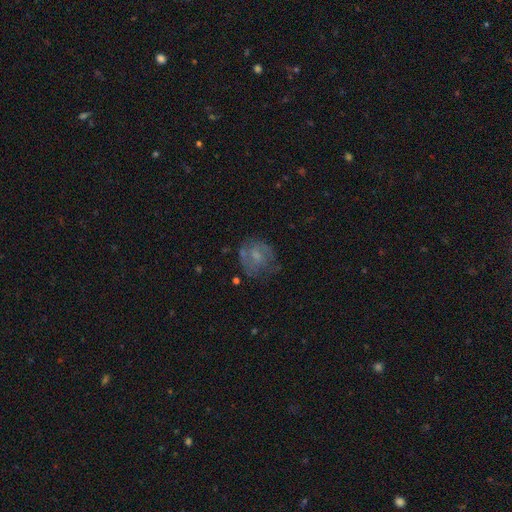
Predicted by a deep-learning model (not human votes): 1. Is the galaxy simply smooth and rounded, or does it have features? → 55% featured or disk, 35% smooth, 10% star or artifact.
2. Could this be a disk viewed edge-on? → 97% no, 3% yes.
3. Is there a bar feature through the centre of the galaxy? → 60% no, 34% weak, 5% strong.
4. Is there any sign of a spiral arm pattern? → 64% yes, 36% no.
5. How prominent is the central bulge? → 40% small, 31% moderate, 25% none, 3% large, 1% dominant.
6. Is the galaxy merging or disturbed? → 58% none, 23% minor disturbance, 16% major disturbance, 3% merger.